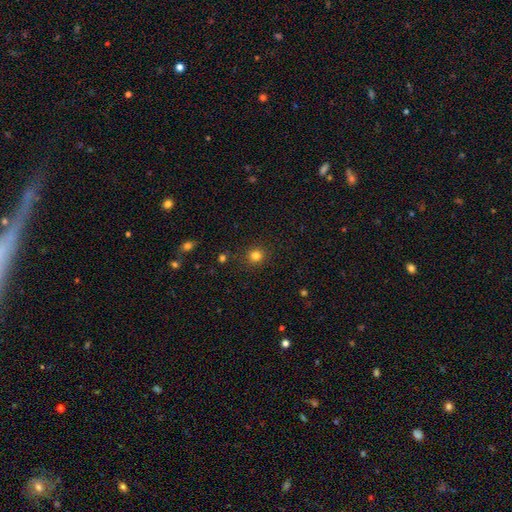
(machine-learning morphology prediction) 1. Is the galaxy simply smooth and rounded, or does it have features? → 81% smooth, 14% star or artifact, 5% featured or disk.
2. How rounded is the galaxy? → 91% round, 8% in between, 1% cigar-shaped.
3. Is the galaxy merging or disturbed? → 89% none, 7% minor disturbance, 3% major disturbance, 2% merger.